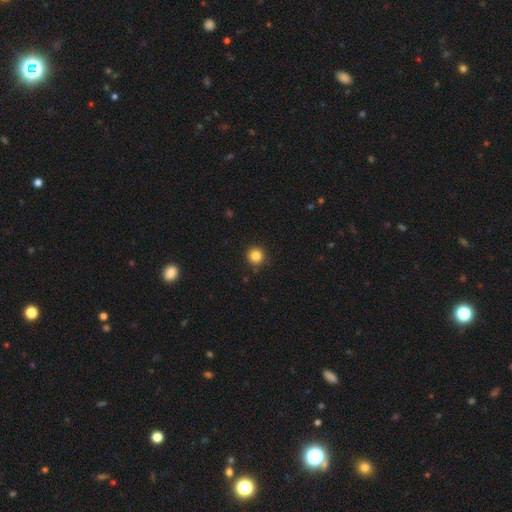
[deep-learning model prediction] This is clearly a smooth galaxy (84%). How rounded: clearly round (95%). Merging: clearly none (91%).